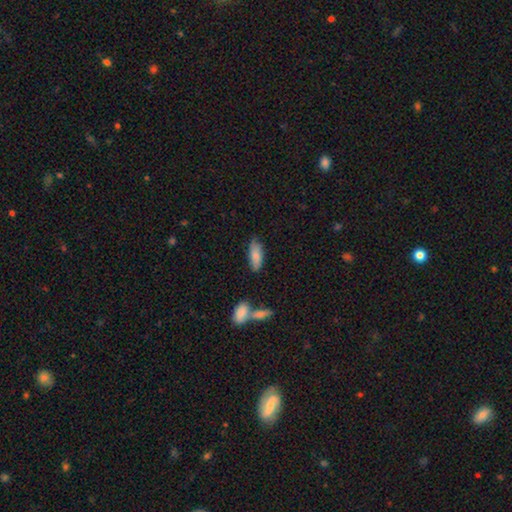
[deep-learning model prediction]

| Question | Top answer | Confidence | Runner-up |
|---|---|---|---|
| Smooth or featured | smooth | 81% | featured or disk (13%) |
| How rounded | in between | 72% | cigar-shaped (26%) |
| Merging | none | 72% | minor disturbance (20%) |